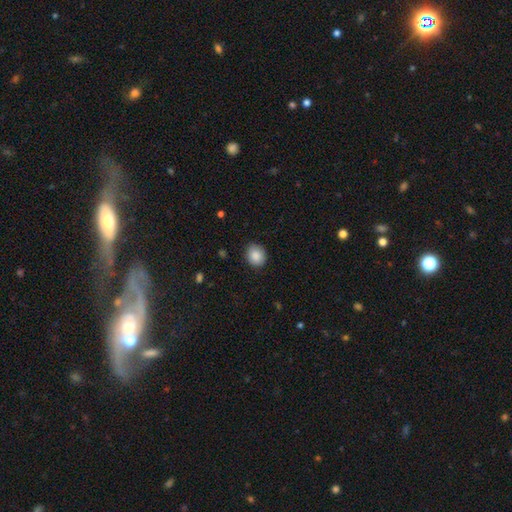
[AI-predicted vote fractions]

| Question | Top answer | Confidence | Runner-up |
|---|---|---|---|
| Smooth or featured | smooth | 87% | star or artifact (8%) |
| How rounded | round | 70% | in between (29%) |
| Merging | none | 85% | minor disturbance (11%) |